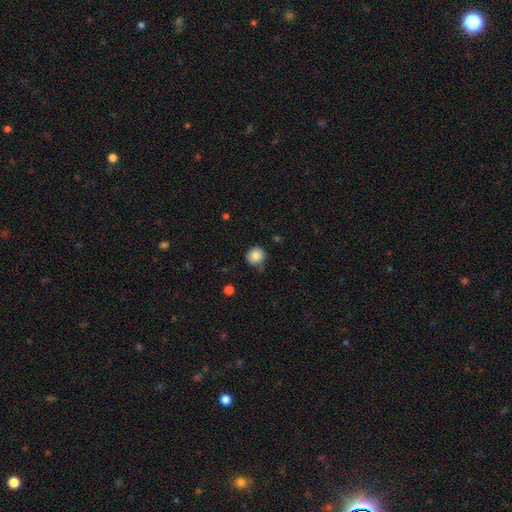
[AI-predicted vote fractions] The model was most divided on "merging": none: 76%, minor disturbance: 18%, major disturbance: 3%, merger: 3%. More confident: how rounded — round (90%); smooth or featured — smooth (83%).